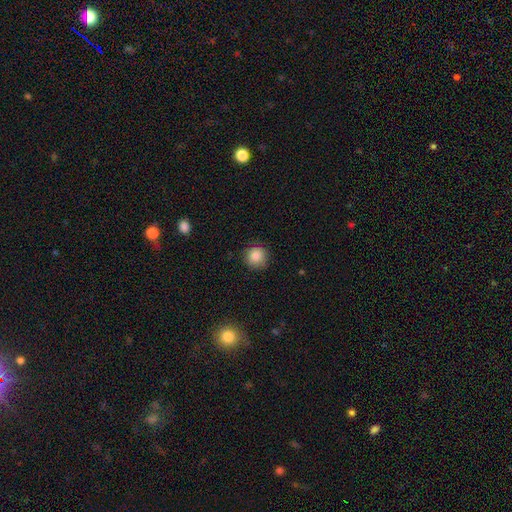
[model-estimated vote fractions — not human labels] Smooth or featured: smooth — 86% (star or artifact — 9%)
How rounded: round — 93% (in between — 6%)
Merging: none — 86% (minor disturbance — 11%)